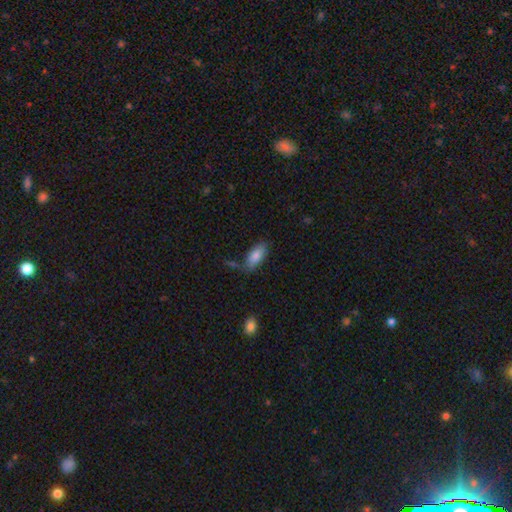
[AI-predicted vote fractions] smooth 84%, featured or disk 10%, star or artifact 7%. Down the decision tree: how rounded — in between (86%); merging — none (68%).